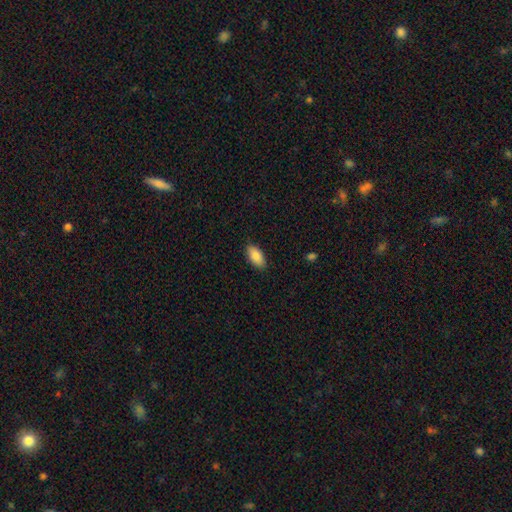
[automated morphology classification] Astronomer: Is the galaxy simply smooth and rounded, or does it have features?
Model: smooth — 88%.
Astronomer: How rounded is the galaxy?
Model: in between — 92%.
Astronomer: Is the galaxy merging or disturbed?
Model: none — 88%.